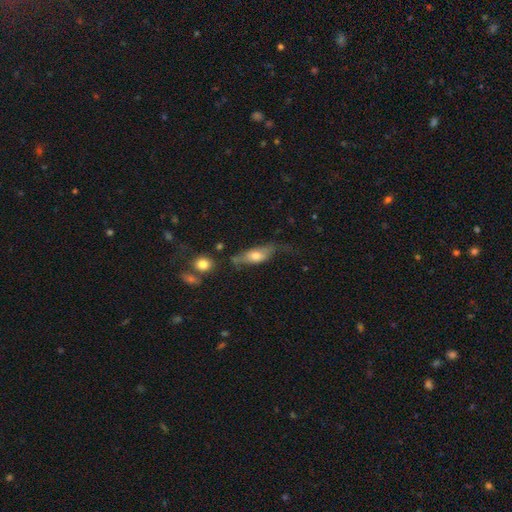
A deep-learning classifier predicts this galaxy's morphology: smooth_or_featured: smooth (p=0.56) [alt: featured or disk p=0.37]
how_rounded: in between (p=0.68) [alt: cigar-shaped p=0.28]
merging: none (p=0.41) [alt: minor disturbance p=0.32]